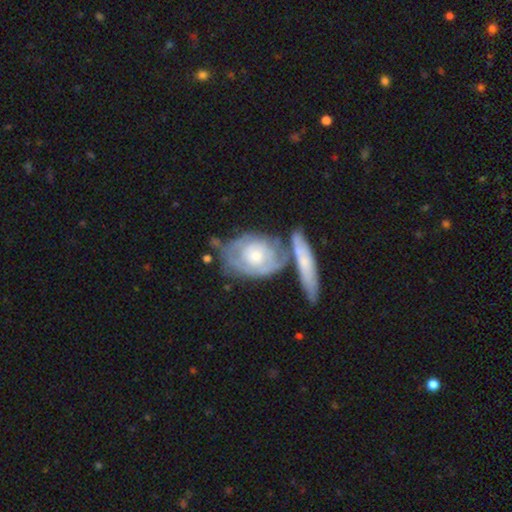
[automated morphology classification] Q: Smooth or featured?
A: featured or disk (68%); runner-up: smooth (27%)
Q: Edge-on disk?
A: no (91%); runner-up: yes (9%)
Q: Bar?
A: no (81%); runner-up: weak (16%)
Q: Spiral arms?
A: yes (75%); runner-up: no (25%)
Q: Bulge size?
A: moderate (50%); runner-up: small (40%)
Q: Merging?
A: none (43%); runner-up: merger (29%)